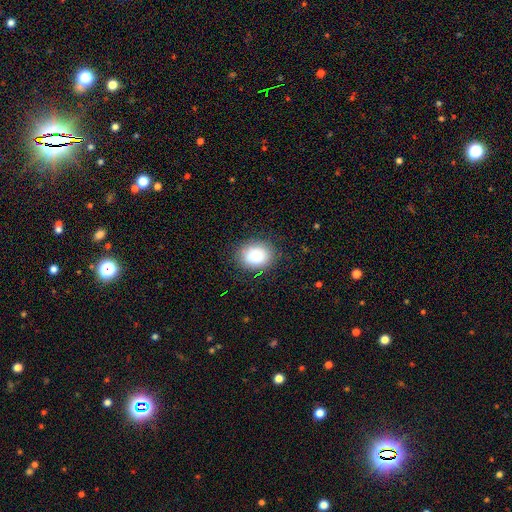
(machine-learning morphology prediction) A smooth galaxy with no disk features (86%) that is in between round and cigar-shaped (53%).

Vote fractions:
- Smooth or featured? smooth: 86% / star or artifact: 8% / featured or disk: 6%
- How rounded? in between: 53% / round: 46% / cigar-shaped: 1%
- Merging? none: 85% / minor disturbance: 11% / major disturbance: 4% / merger: 1%